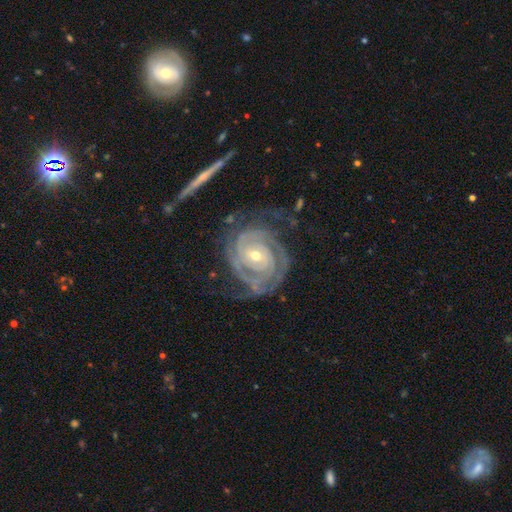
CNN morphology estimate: featured or disk 91%, star or artifact 5%, smooth 5%. Down the decision tree: edge-on disk — no (97%); bar — no (65%); spiral arms — yes (97%); spiral arm count — 2 (37%); spiral winding — tight (81%); bulge size — small (53%); merging — none (62%).